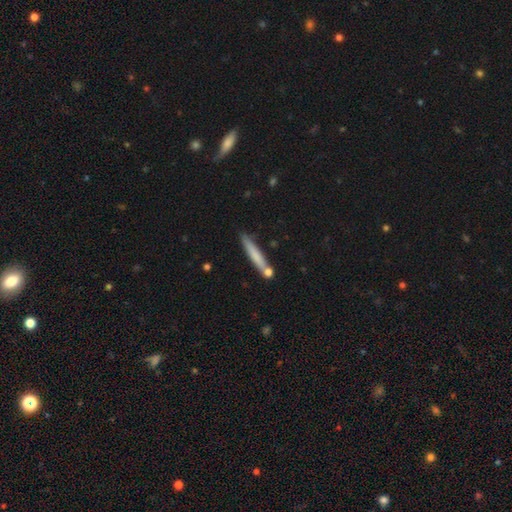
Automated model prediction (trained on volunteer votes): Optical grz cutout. It shows a smooth galaxy with no disk features (67%) that is cigar-shaped (95%). Merging: none (75%).